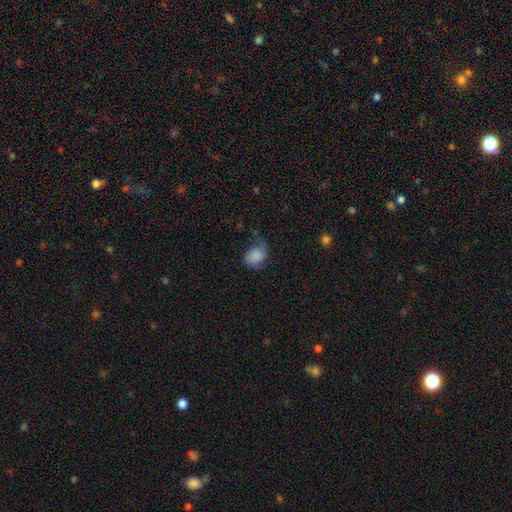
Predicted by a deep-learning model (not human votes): Smooth or featured? Predicted: smooth (p=0.75). How rounded? Predicted: in between (p=0.63). Merging? Predicted: none (p=0.40).